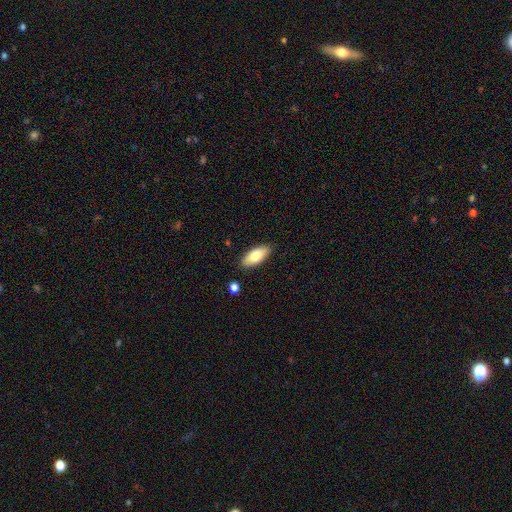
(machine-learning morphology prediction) This appears to be a smooth galaxy with no disk features (78%) that is in between round and cigar-shaped (82%). Merging: none (87%).